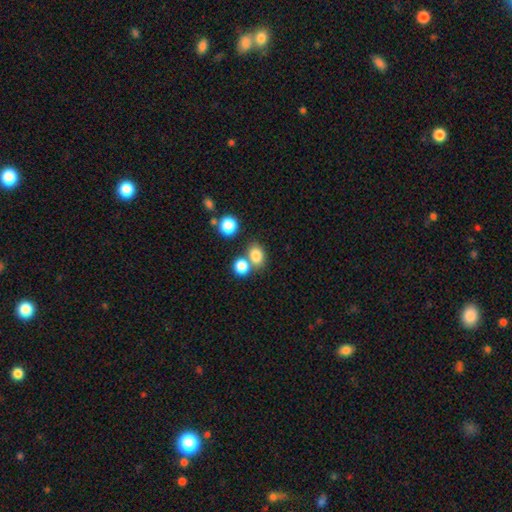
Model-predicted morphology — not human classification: smooth_or_featured: smooth (p=0.81) [alt: star or artifact p=0.12]
how_rounded: in between (p=0.52) [alt: round p=0.46]
merging: none (p=0.56) [alt: merger p=0.31]